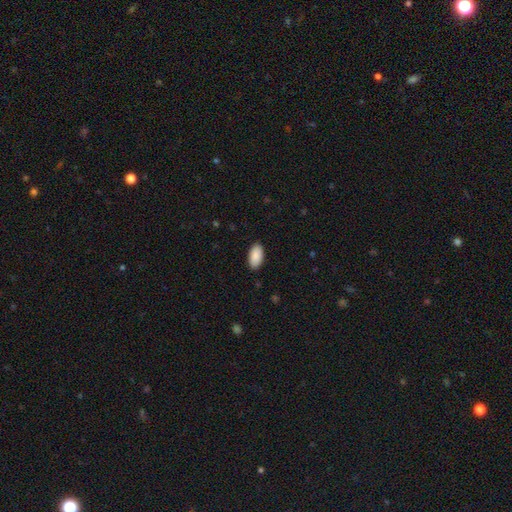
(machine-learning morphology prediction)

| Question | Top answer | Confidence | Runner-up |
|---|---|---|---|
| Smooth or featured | smooth | 90% | star or artifact (6%) |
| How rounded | in between | 95% | cigar-shaped (3%) |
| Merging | none | 90% | minor disturbance (8%) |